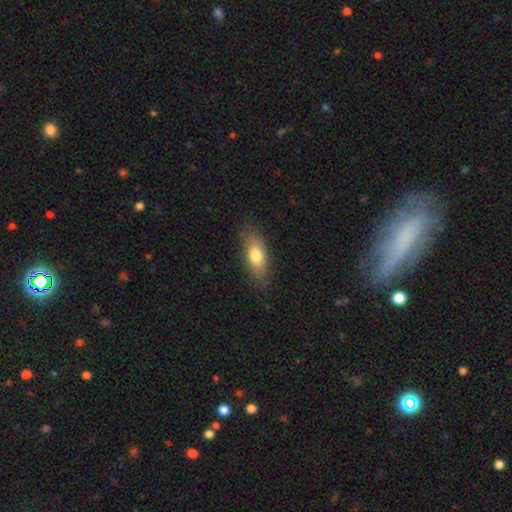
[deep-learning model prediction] This is likely a smooth galaxy (74%). How rounded: likely in between (76%). Merging: likely none (79%).